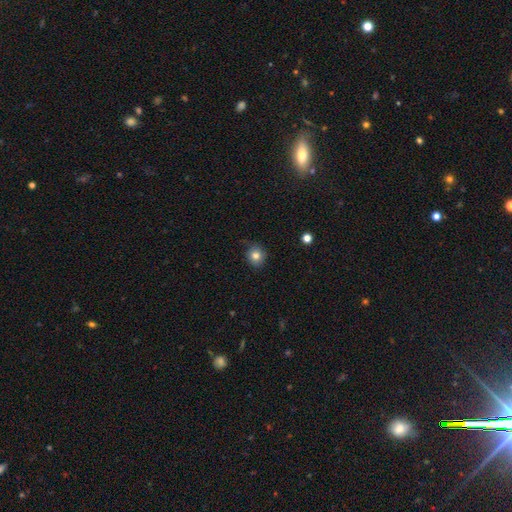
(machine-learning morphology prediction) This is likely a smooth galaxy (80%). How rounded: clearly round (82%). Merging: clearly none (83%).